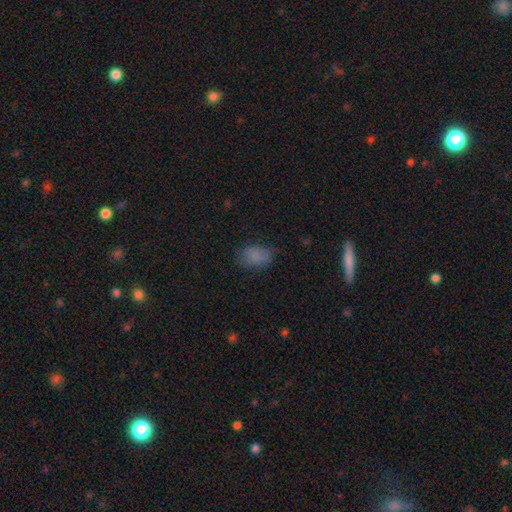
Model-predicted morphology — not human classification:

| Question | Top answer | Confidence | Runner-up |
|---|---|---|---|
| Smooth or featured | smooth | 81% | star or artifact (12%) |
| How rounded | in between | 83% | round (16%) |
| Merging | none | 70% | minor disturbance (21%) |